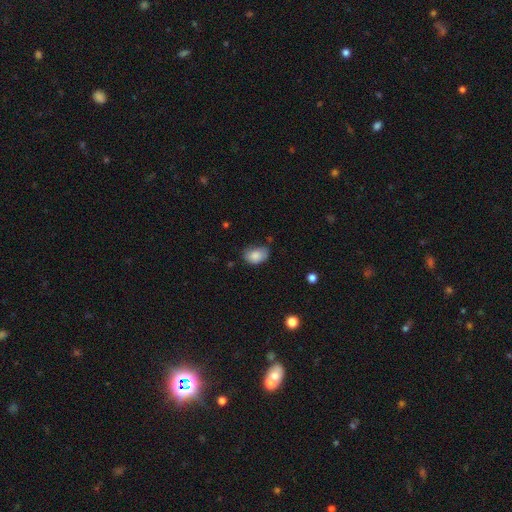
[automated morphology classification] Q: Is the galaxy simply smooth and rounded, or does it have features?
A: smooth — 85%.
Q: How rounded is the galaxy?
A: in between — 79%.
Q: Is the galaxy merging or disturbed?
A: none — 57%.